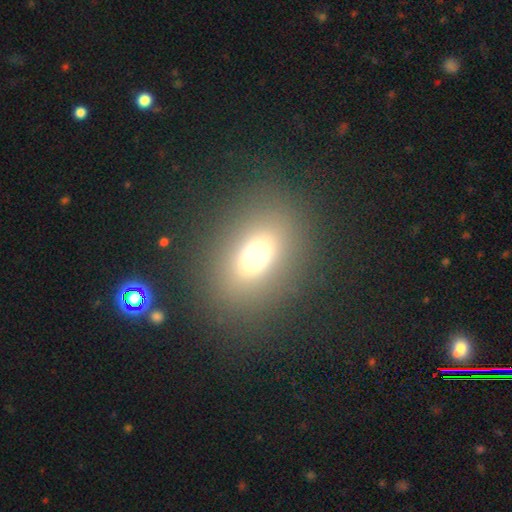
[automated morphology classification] Smooth or featured: smooth — 69% (star or artifact — 17%)
How rounded: in between — 69% (round — 28%)
Merging: none — 85% (minor disturbance — 8%)